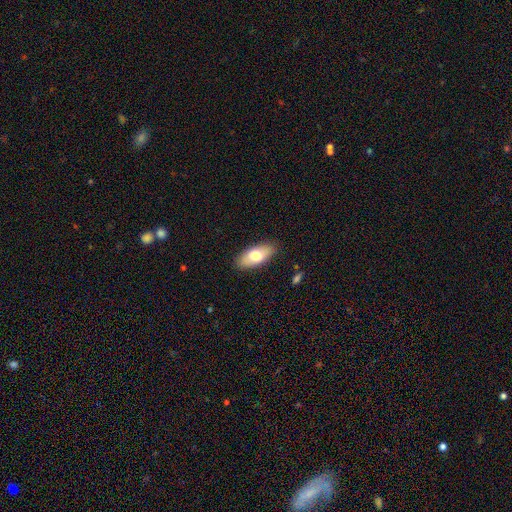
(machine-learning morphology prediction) smooth_or_featured: smooth (p=0.71) [alt: featured or disk p=0.23]
how_rounded: in between (p=0.87) [alt: cigar-shaped p=0.11]
merging: none (p=0.87) [alt: minor disturbance p=0.09]